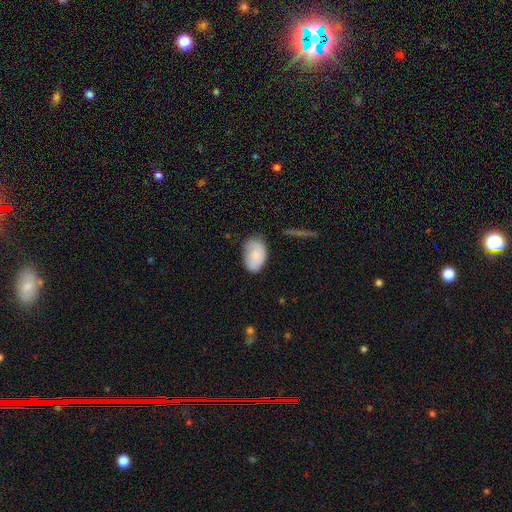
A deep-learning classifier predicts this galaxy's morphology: This appears to be a smooth galaxy with no disk features (83%) that is in between round and cigar-shaped (90%). Merging: none (66%).